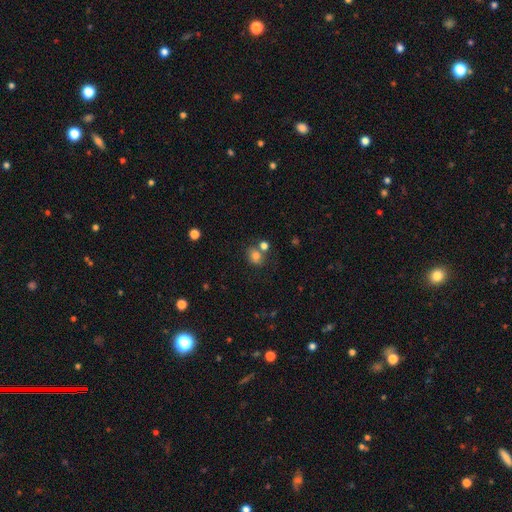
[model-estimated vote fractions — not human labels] smooth_or_featured: smooth (p=0.78) [alt: star or artifact p=0.14]
how_rounded: round (p=0.61) [alt: in between p=0.38]
merging: none (p=0.56) [alt: merger p=0.25]